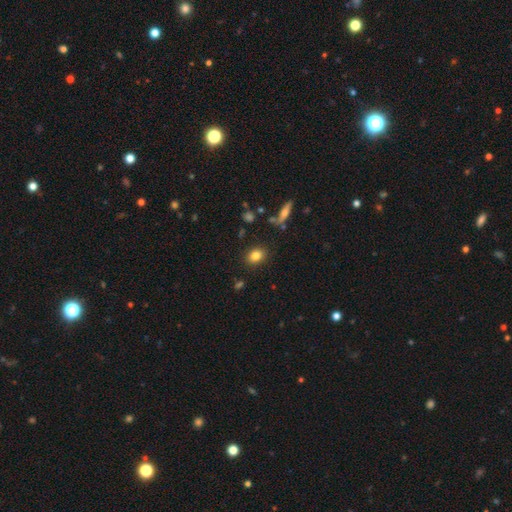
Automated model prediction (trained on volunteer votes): Smooth or featured? Predicted: smooth (p=0.82). How rounded? Predicted: in between (p=0.57). Merging? Predicted: none (p=0.87).